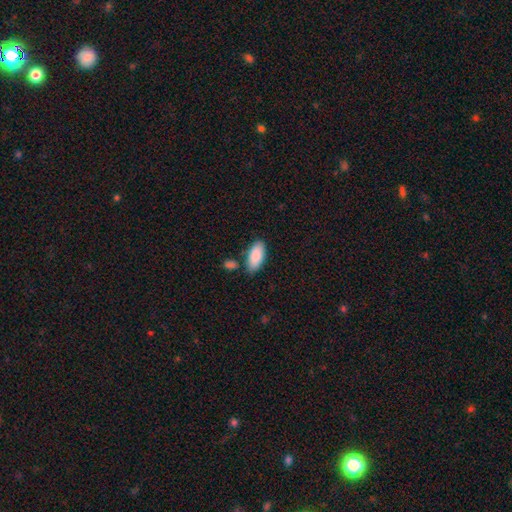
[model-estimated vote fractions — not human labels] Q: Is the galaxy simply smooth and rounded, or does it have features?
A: smooth — 90%.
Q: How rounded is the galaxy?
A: in between — 91%.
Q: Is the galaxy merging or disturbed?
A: none — 75%.